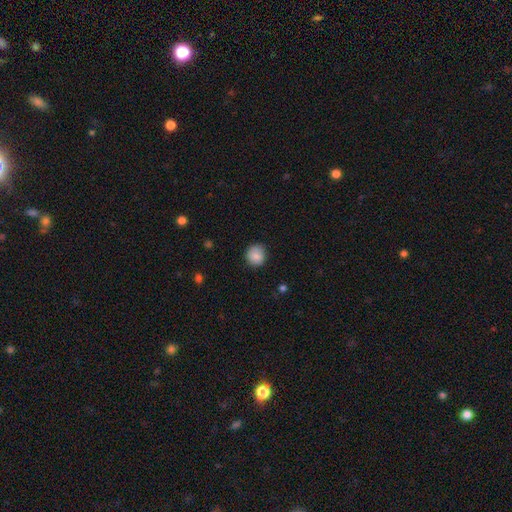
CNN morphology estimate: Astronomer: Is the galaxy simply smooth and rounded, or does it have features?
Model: smooth — 86%.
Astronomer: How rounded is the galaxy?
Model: round — 87%.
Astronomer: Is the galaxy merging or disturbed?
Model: none — 82%.